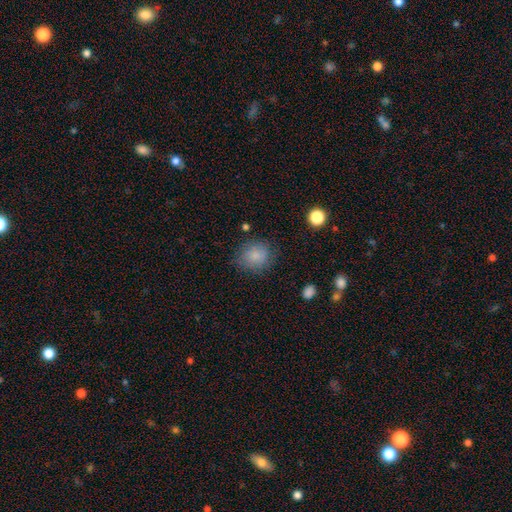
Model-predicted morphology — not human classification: This appears to be a smooth galaxy with no disk features (84%) that is round (68%). Merging: none (77%).